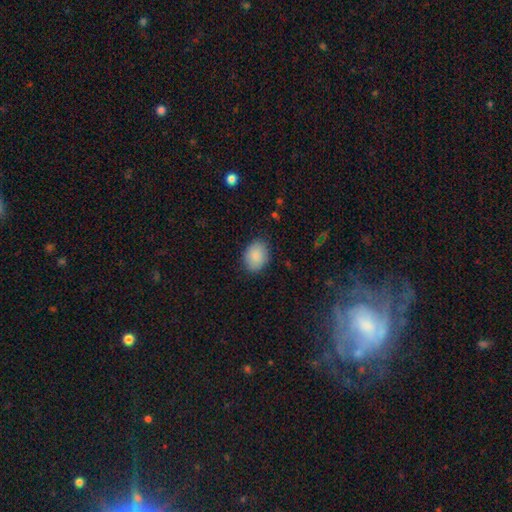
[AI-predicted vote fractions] Smooth or featured?
  - smooth: 88% *
  - star or artifact: 7%
  - featured or disk: 5%
How rounded?
  - in between: 63% *
  - round: 36%
  - cigar-shaped: 1%
Merging?
  - none: 85% *
  - minor disturbance: 12%
  - major disturbance: 3%
  - merger: 1%